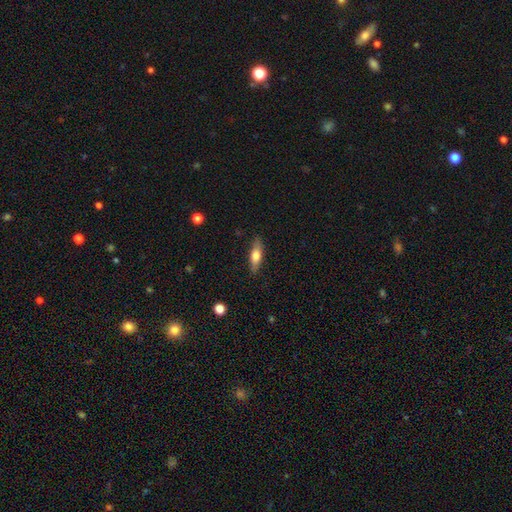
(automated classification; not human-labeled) A smooth galaxy with no disk features (63%) that is in between round and cigar-shaped (52%). Merging: none (85%).